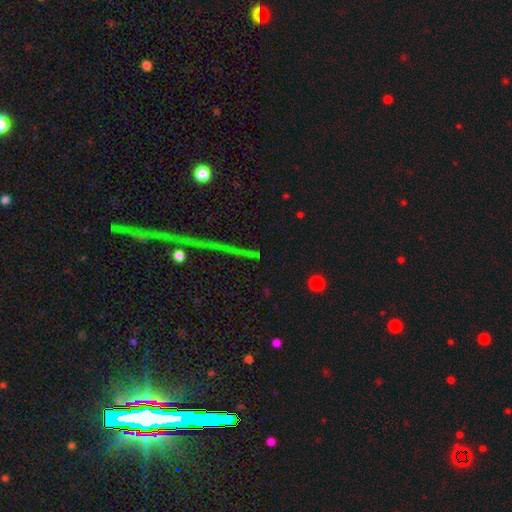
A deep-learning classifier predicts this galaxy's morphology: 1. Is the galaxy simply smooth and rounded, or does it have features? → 70% star or artifact, 18% smooth, 12% featured or disk.